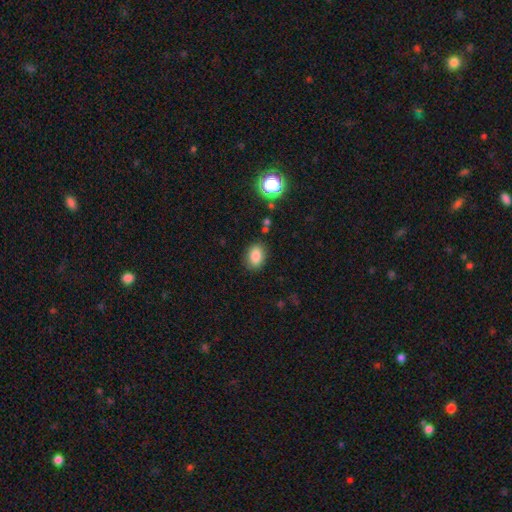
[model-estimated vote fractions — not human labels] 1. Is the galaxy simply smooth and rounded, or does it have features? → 84% smooth, 11% star or artifact, 5% featured or disk.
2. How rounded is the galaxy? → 81% in between, 18% round, 1% cigar-shaped.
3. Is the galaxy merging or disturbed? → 84% none, 11% minor disturbance, 3% major disturbance, 2% merger.